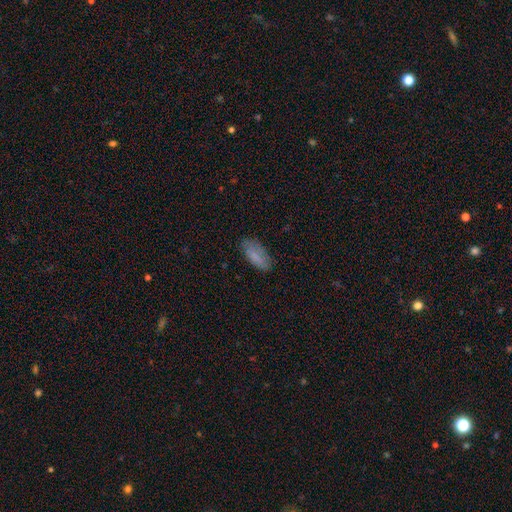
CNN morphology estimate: Smooth or featured? Predicted: smooth (p=0.82). How rounded? Predicted: in between (p=0.85). Merging? Predicted: none (p=0.76).